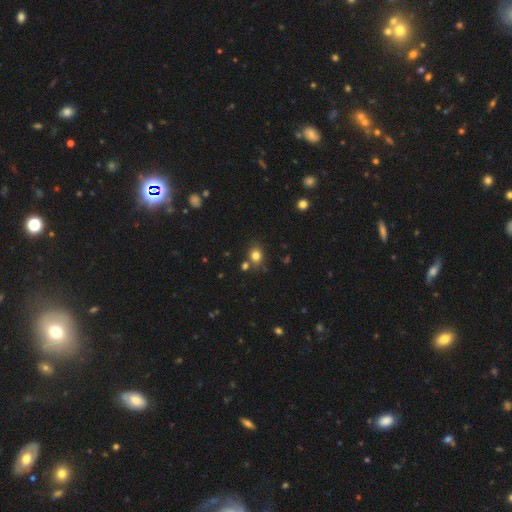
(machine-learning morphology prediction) The model was most divided on "how rounded": round: 57%, in between: 42%, cigar-shaped: 1%. More confident: smooth or featured — smooth (80%); merging — none (72%).